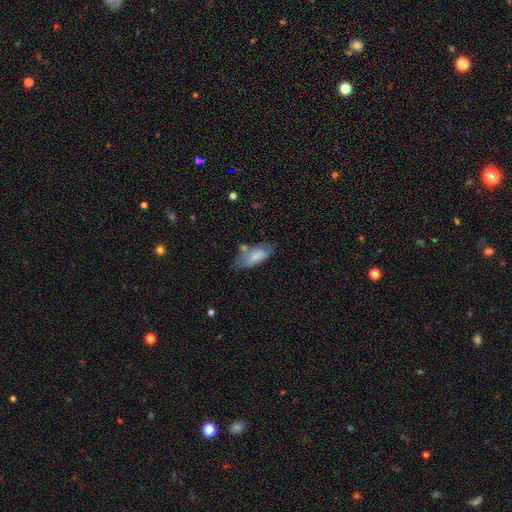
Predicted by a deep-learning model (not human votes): A smooth galaxy with no disk features (78%) that is in between round and cigar-shaped (86%). Merging: none (46%).